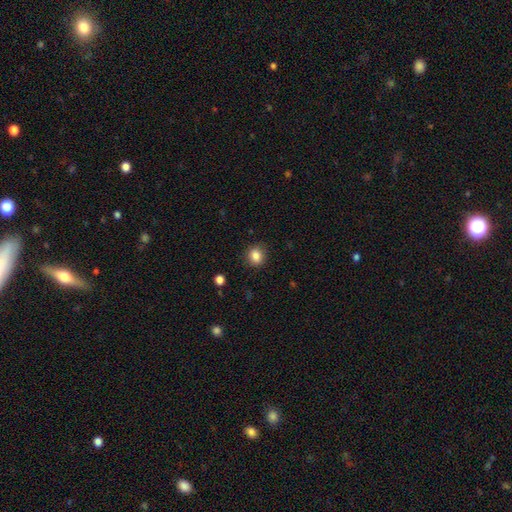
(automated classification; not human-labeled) Overall: smooth (85%). How rounded: round (70%). Merging: none (88%).